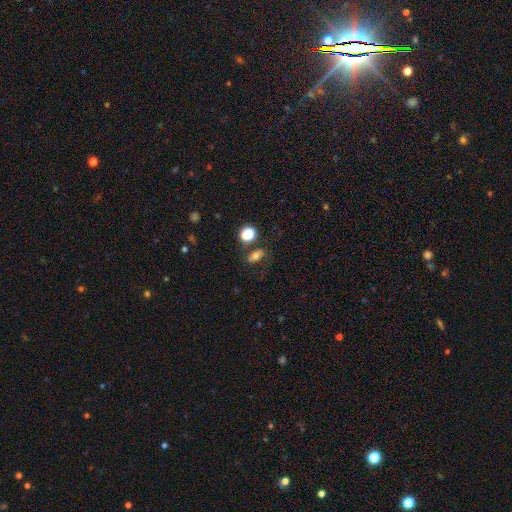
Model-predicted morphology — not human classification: A smooth galaxy with no disk features (65%) that is in between round and cigar-shaped (72%). Merging: none (66%).